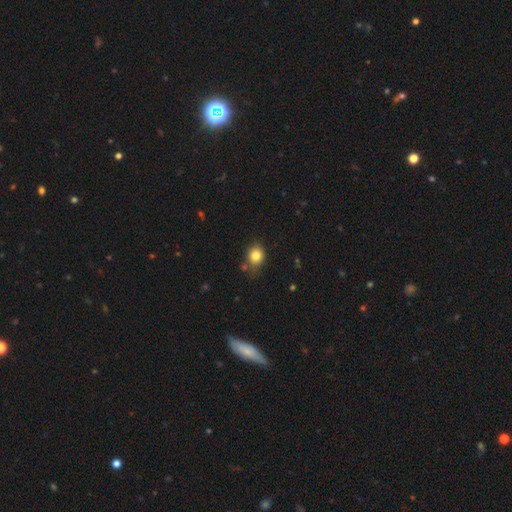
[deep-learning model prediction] Smooth or featured?
  - smooth: 82% *
  - star or artifact: 11%
  - featured or disk: 7%
How rounded?
  - round: 65% *
  - in between: 34%
  - cigar-shaped: 1%
Merging?
  - none: 69% *
  - minor disturbance: 20%
  - merger: 6%
  - major disturbance: 5%